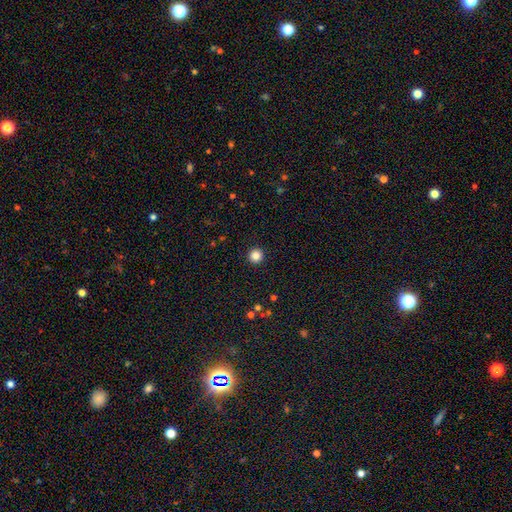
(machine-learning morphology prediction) type=smooth (85%); roundness=round (96%); merging=none (94%).